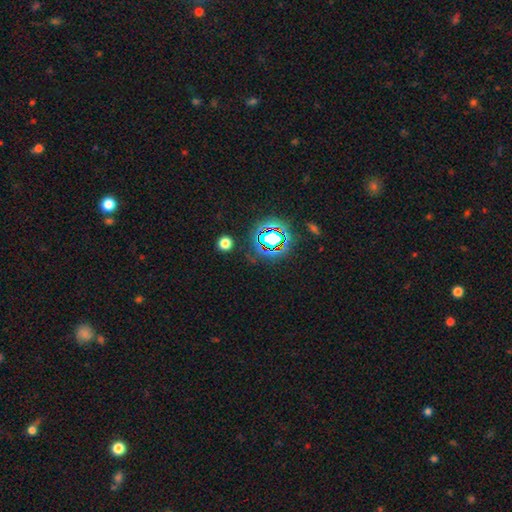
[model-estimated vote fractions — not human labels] The model was most divided on "smooth or featured": star or artifact: 74%, smooth: 16%, featured or disk: 10%.